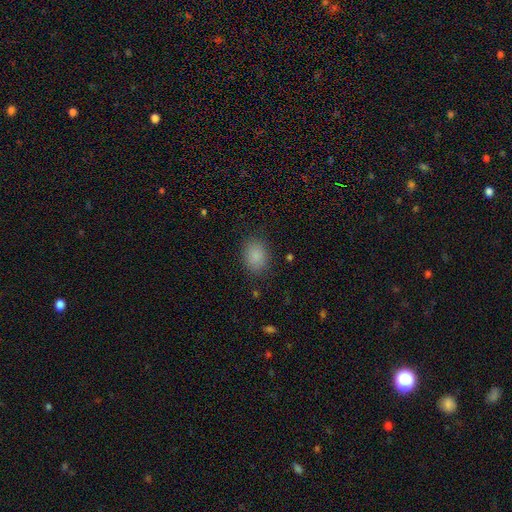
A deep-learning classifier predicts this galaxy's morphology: Smooth or featured: smooth — 87% (star or artifact — 9%)
How rounded: in between — 65% (round — 34%)
Merging: none — 85% (minor disturbance — 10%)